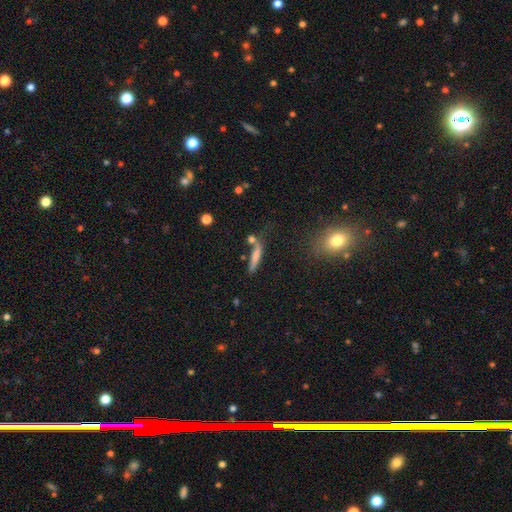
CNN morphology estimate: Smooth or featured? Predicted: smooth (p=0.66). How rounded? Predicted: cigar-shaped (p=0.86). Merging? Predicted: none (p=0.58).